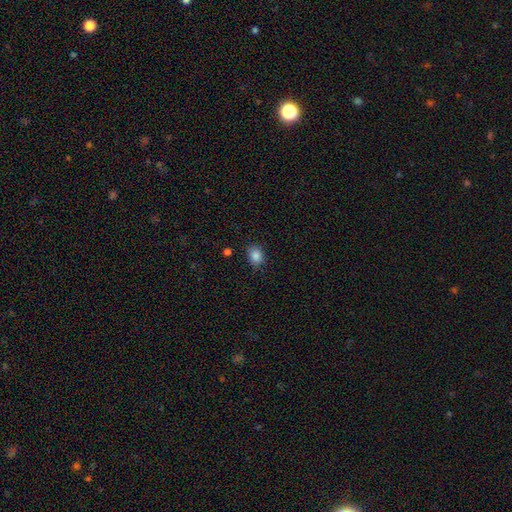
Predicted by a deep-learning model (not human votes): Q: Smooth or featured?
A: smooth (85%); runner-up: star or artifact (10%)
Q: How rounded?
A: in between (58%); runner-up: round (41%)
Q: Merging?
A: none (83%); runner-up: minor disturbance (12%)